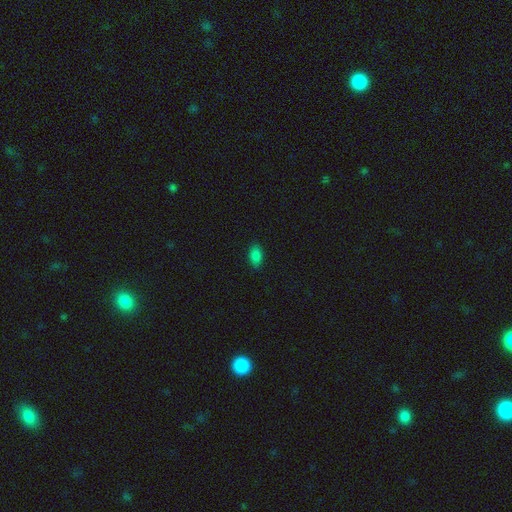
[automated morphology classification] This is clearly a smooth galaxy (85%). How rounded: clearly in between (92%). Merging: clearly none (87%).